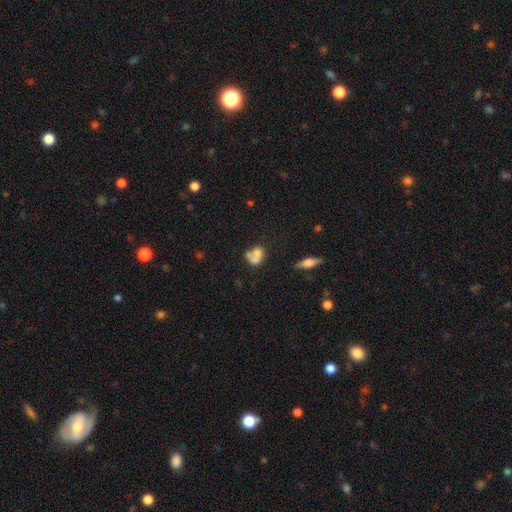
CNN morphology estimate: Q: Smooth or featured?
A: smooth (61%); runner-up: featured or disk (29%)
Q: How rounded?
A: in between (50%); runner-up: round (48%)
Q: Merging?
A: merger (55%); runner-up: none (26%)